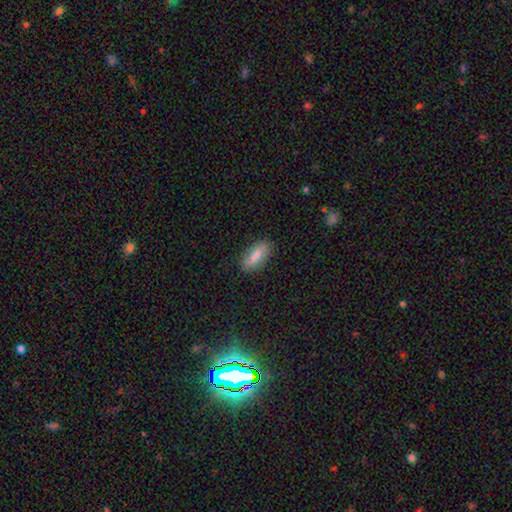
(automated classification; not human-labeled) A smooth galaxy with no disk features (79%) that is in between round and cigar-shaped (73%). Merging: none (84%).